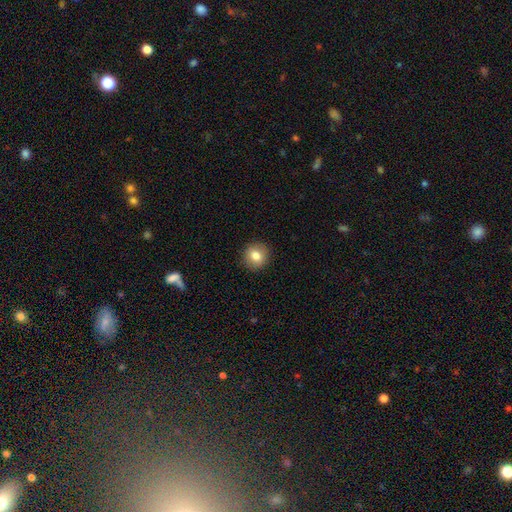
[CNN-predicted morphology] smooth_or_featured: smooth (p=0.81) [alt: star or artifact p=0.09]
how_rounded: round (p=0.90) [alt: in between p=0.09]
merging: none (p=0.92) [alt: minor disturbance p=0.05]